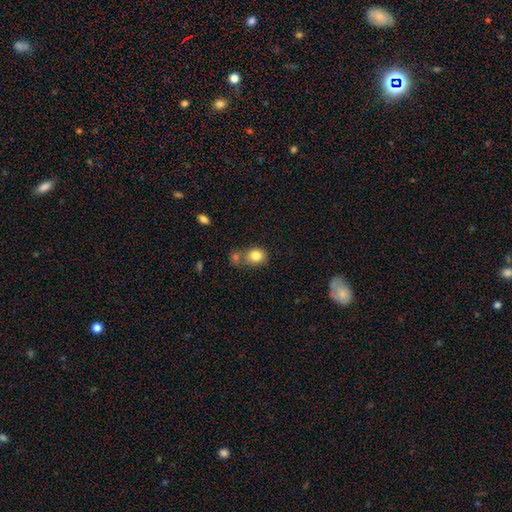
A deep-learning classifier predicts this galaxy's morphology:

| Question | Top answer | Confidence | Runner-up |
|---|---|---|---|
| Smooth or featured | smooth | 83% | star or artifact (10%) |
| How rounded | round | 62% | in between (37%) |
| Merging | none | 55% | merger (26%) |